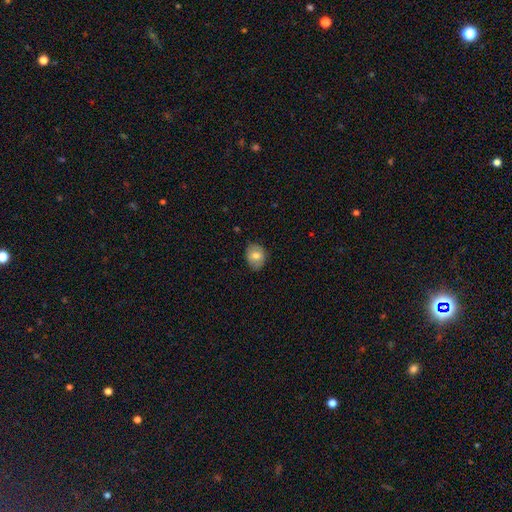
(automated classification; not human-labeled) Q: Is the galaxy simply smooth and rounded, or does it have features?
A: smooth — 75%.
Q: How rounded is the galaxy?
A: round — 53%.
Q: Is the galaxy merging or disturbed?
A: none — 78%.